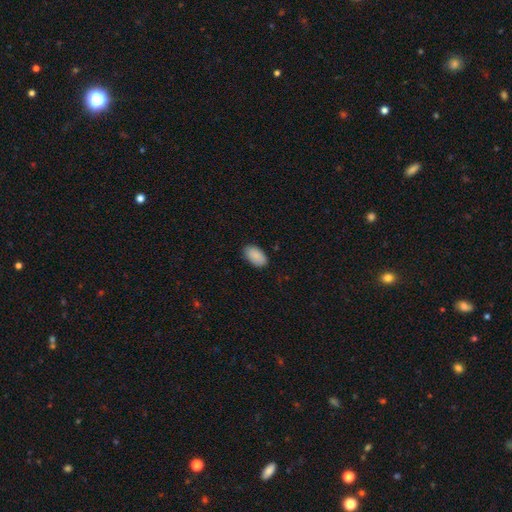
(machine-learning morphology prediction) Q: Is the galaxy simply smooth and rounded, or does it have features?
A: smooth — 90%.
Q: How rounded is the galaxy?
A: in between — 95%.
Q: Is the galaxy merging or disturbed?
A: none — 84%.